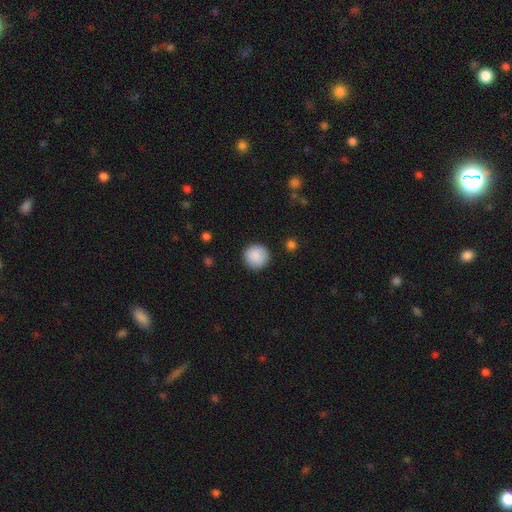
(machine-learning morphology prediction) Q: Smooth or featured?
A: smooth (88%); runner-up: star or artifact (7%)
Q: How rounded?
A: round (95%); runner-up: in between (4%)
Q: Merging?
A: none (90%); runner-up: minor disturbance (7%)